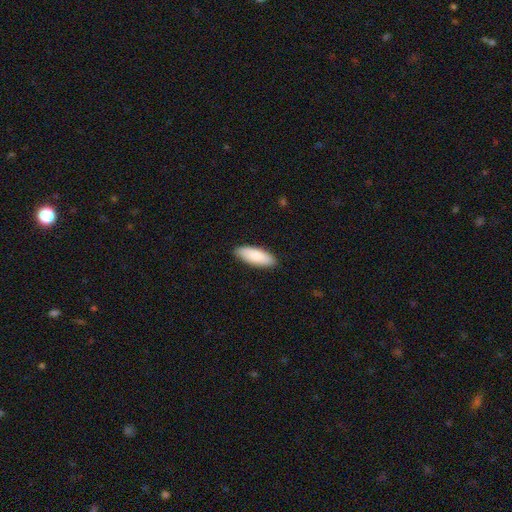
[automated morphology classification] A smooth galaxy with no disk features (85%) that is in between round and cigar-shaped (73%). Merging: none (88%).